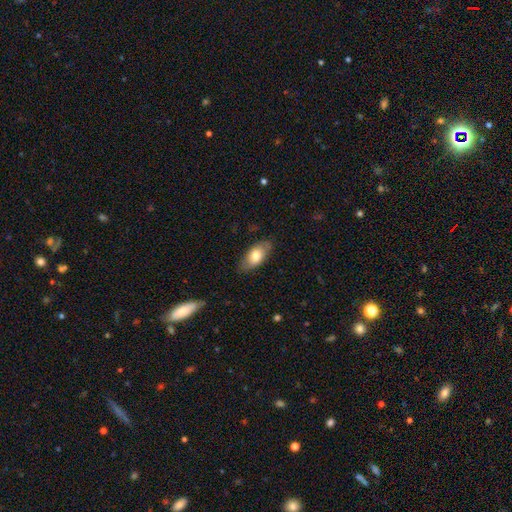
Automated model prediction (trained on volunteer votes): Smooth or featured?
  - smooth: 73% *
  - featured or disk: 21%
  - star or artifact: 6%
How rounded?
  - in between: 90% *
  - cigar-shaped: 7%
  - round: 4%
Merging?
  - none: 82% *
  - minor disturbance: 14%
  - major disturbance: 3%
  - merger: 1%